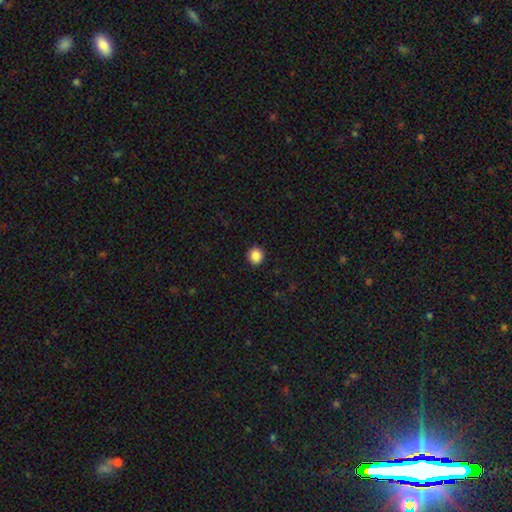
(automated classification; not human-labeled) Smooth or featured? smooth (87%)
How rounded? round (92%)
Merging? none (93%)